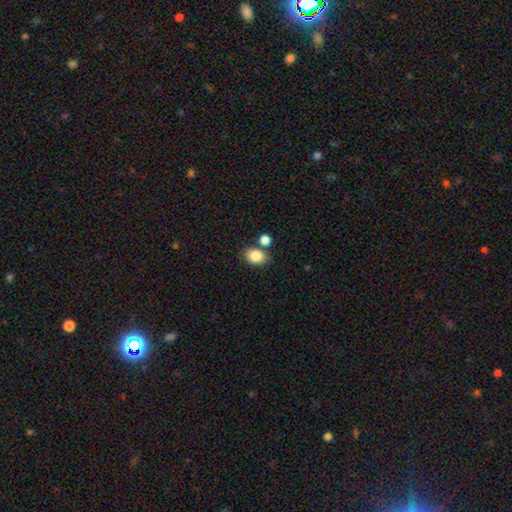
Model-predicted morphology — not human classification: smooth_or_featured: smooth (p=0.85) [alt: star or artifact p=0.08]
how_rounded: in between (p=0.69) [alt: round p=0.30]
merging: none (p=0.67) [alt: merger p=0.17]